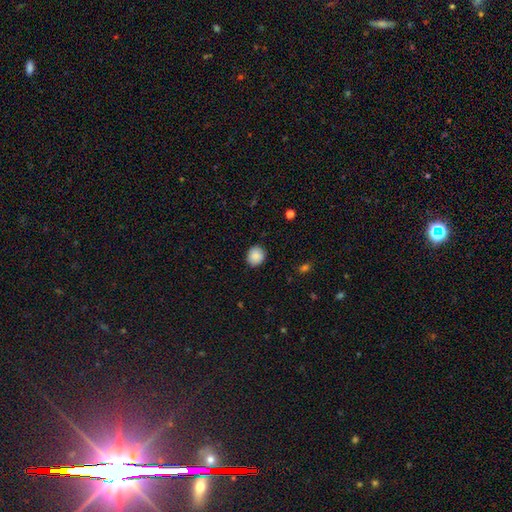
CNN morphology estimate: The model was most divided on "how rounded": round: 78%, in between: 21%, cigar-shaped: 1%. More confident: merging — none (88%); smooth or featured — smooth (87%).